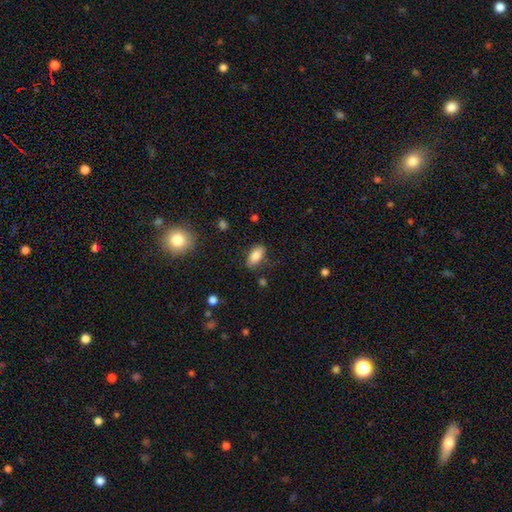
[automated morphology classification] smooth 82%, featured or disk 10%, star or artifact 8%. Down the decision tree: how rounded — in between (90%); merging — none (81%).